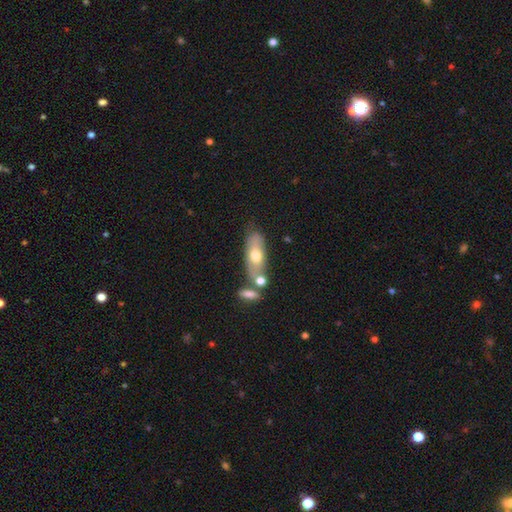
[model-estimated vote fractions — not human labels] A smooth galaxy with no disk features (59%) that is in between round and cigar-shaped (72%).

Vote fractions:
- Smooth or featured? smooth: 59% / featured or disk: 35% / star or artifact: 6%
- How rounded? in between: 72% / cigar-shaped: 24% / round: 4%
- Merging? none: 56% / merger: 23% / minor disturbance: 16% / major disturbance: 5%